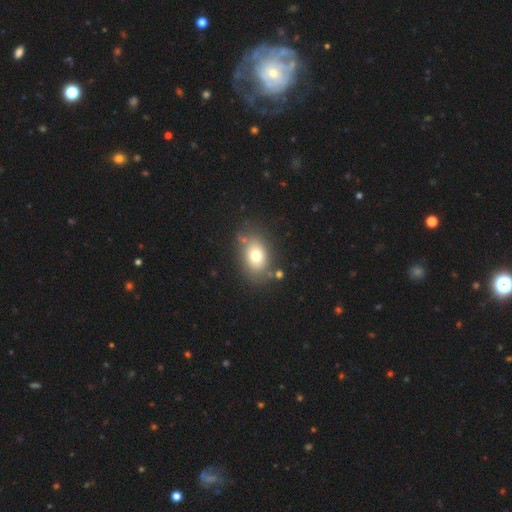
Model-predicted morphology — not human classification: smooth 74%, featured or disk 16%, star or artifact 11%. Down the decision tree: how rounded — in between (75%); merging — none (74%).